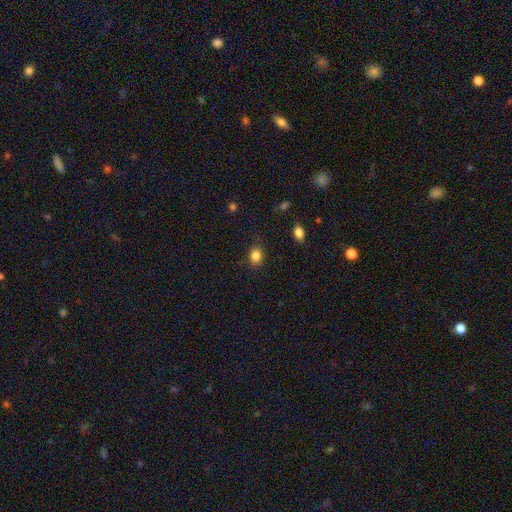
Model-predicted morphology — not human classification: type=smooth (85%); roundness=round (57%); merging=none (83%).